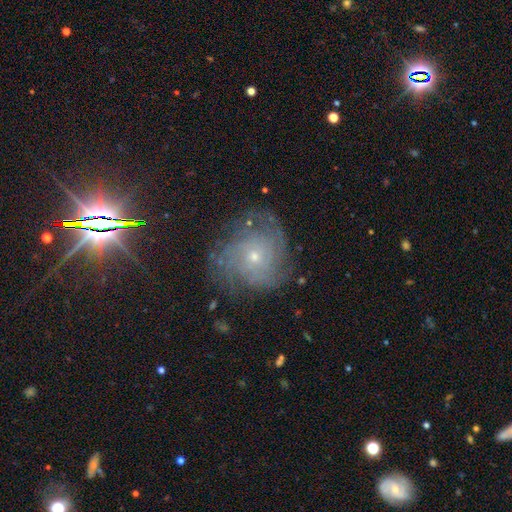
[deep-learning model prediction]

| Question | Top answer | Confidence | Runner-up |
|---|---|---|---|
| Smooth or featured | featured or disk | 65% | star or artifact (22%) |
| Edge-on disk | no | 96% | yes (4%) |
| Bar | no | 82% | weak (14%) |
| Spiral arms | yes | 91% | no (9%) |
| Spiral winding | tight | 60% | medium (30%) |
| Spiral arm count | can't tell | 42% | 3 (17%) |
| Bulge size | small | 71% | moderate (25%) |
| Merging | none | 70% | minor disturbance (18%) |